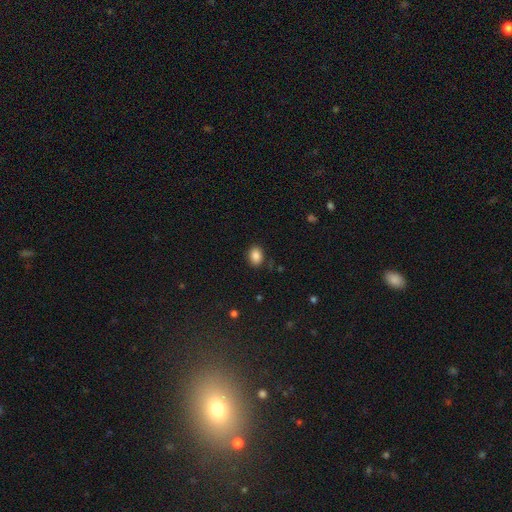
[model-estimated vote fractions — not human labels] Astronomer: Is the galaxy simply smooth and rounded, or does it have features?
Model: smooth — 87%.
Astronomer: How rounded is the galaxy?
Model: in between — 68%.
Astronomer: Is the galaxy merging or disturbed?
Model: none — 84%.